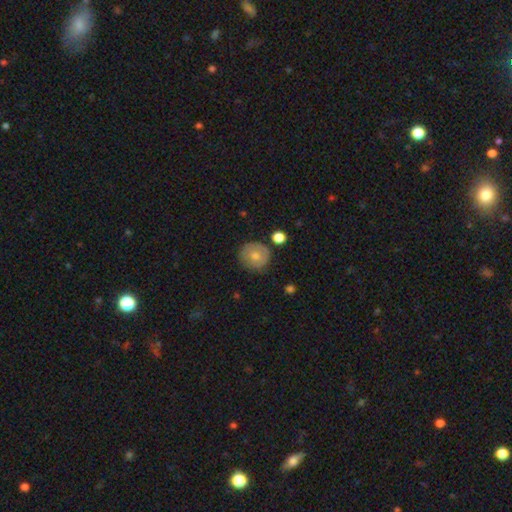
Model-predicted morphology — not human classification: Smooth or featured? Predicted: smooth (p=0.68). How rounded? Predicted: round (p=0.88). Merging? Predicted: none (p=0.75).